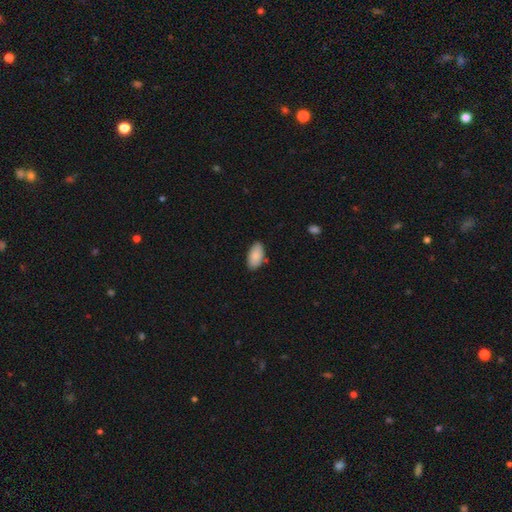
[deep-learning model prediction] Morphology: type=smooth (87%); roundness=in between (95%); merging=none (82%).